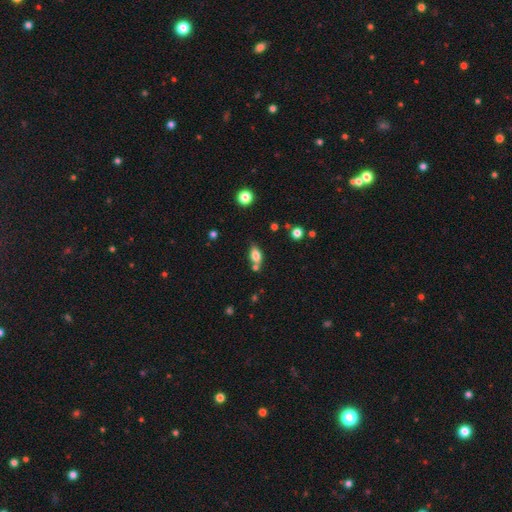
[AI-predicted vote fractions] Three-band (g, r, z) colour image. It shows a smooth galaxy with no disk features (76%) that is in between round and cigar-shaped (84%). Merging: none (59%).